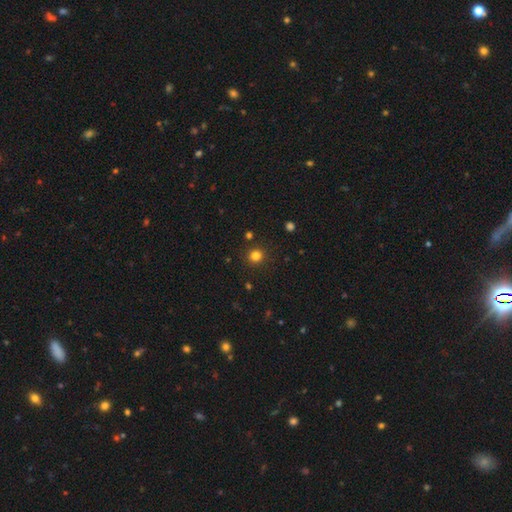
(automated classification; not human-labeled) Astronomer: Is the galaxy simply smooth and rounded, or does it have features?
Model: smooth — 80%.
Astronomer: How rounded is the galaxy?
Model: round — 92%.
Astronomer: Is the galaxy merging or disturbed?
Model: none — 89%.